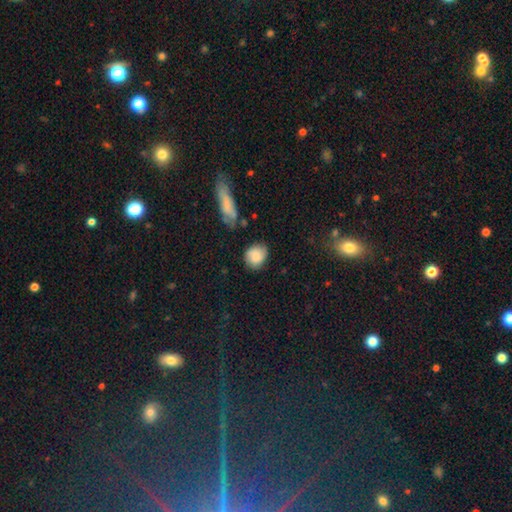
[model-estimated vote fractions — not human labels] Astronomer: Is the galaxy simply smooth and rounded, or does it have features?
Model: smooth — 75%.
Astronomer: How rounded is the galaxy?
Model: round — 65%.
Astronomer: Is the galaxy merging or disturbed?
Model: none — 65%.